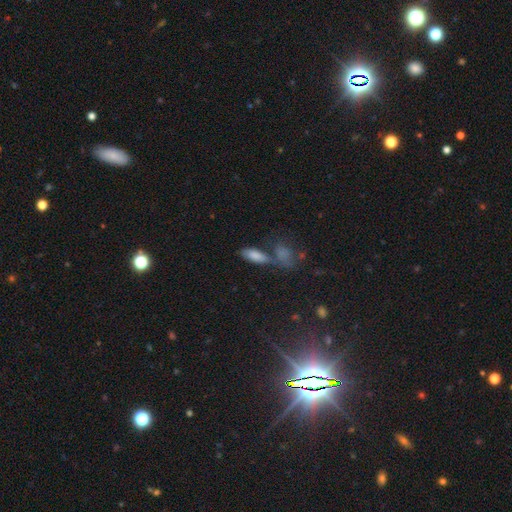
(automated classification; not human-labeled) This is clearly a smooth galaxy (80%). How rounded: likely in between (78%). Merging: possibly none (46%).